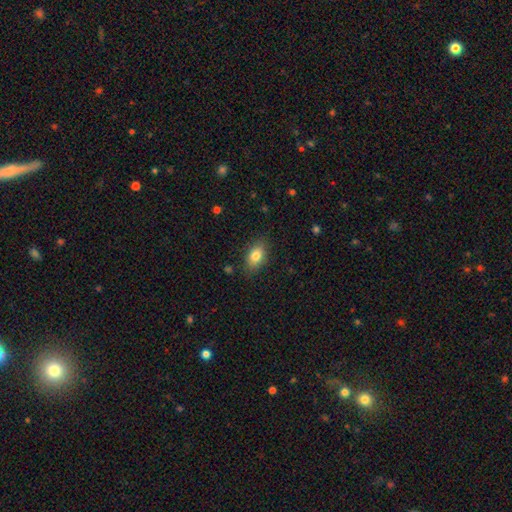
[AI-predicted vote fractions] Smooth or featured?
  - smooth: 81% *
  - featured or disk: 11%
  - star or artifact: 8%
How rounded?
  - in between: 87% *
  - round: 10%
  - cigar-shaped: 3%
Merging?
  - none: 83% *
  - minor disturbance: 13%
  - major disturbance: 3%
  - merger: 1%